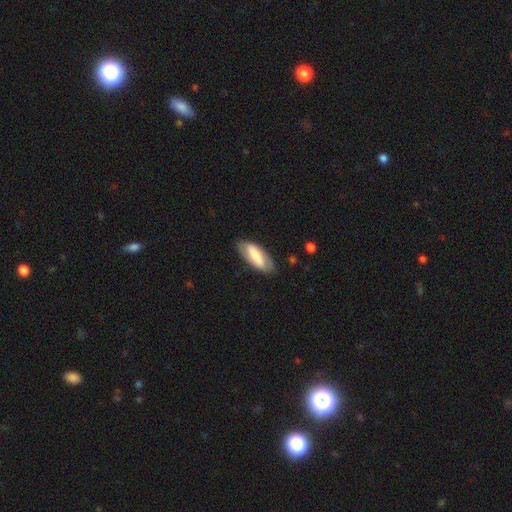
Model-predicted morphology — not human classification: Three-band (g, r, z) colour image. It shows a smooth galaxy with no disk features (61%) that is in between round and cigar-shaped (74%). Merging: none (77%).